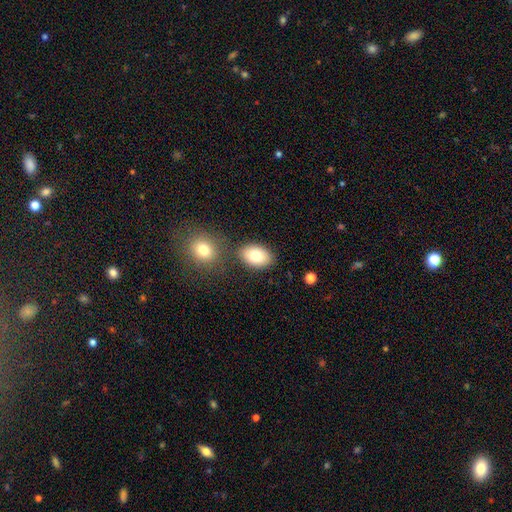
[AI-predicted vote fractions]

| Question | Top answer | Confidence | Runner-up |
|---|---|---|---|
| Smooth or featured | smooth | 82% | featured or disk (10%) |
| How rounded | in between | 85% | round (14%) |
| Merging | none | 76% | minor disturbance (11%) |